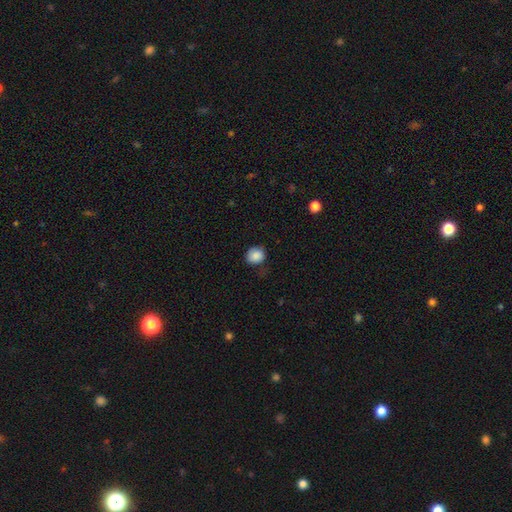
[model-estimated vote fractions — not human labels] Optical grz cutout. It shows a smooth galaxy with no disk features (86%) that is round (71%). Merging: none (69%).